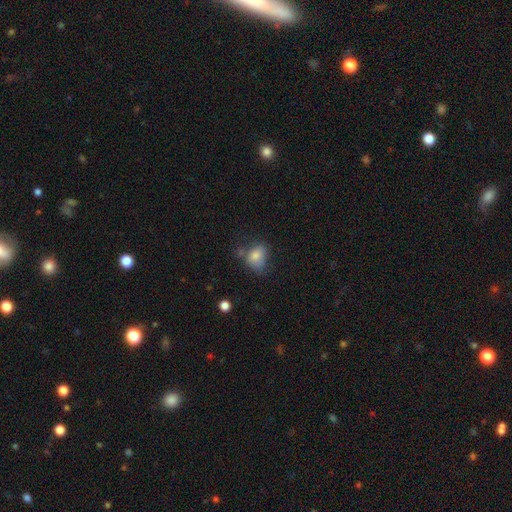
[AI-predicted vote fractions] Smooth or featured: smooth — 78% (star or artifact — 11%)
How rounded: in between — 62% (round — 37%)
Merging: none — 53% (minor disturbance — 27%)